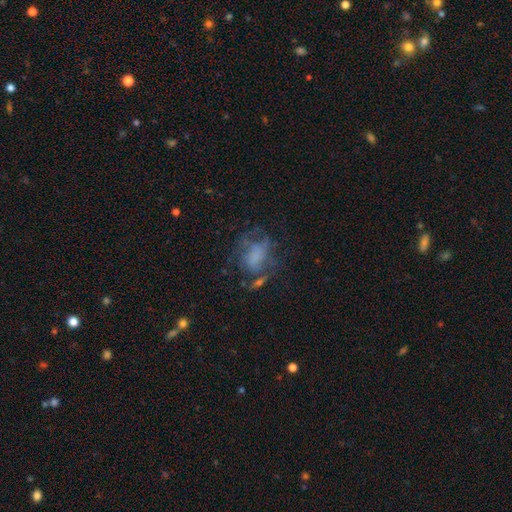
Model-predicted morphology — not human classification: smooth-or-featured: featured or disk: 55% | smooth: 31% | star or artifact: 14%
  disk-edge-on: no: 97% | yes: 3%
    bar: no: 76% | weak: 19% | strong: 5%
    has-spiral-arms: yes: 53% | no: 47%
    bulge-size: none: 56% | large: 14% | small: 13% | moderate: 13% | dominant: 3%
  merging: none: 43% | major disturbance: 31% | minor disturbance: 21% | merger: 6%